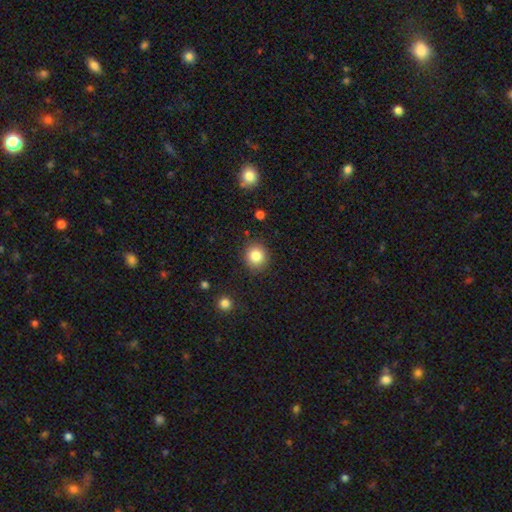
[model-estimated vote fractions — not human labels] Smooth or featured?
  - smooth: 83% *
  - star or artifact: 10%
  - featured or disk: 6%
How rounded?
  - round: 89% *
  - in between: 10%
  - cigar-shaped: 1%
Merging?
  - none: 89% *
  - minor disturbance: 7%
  - major disturbance: 2%
  - merger: 1%